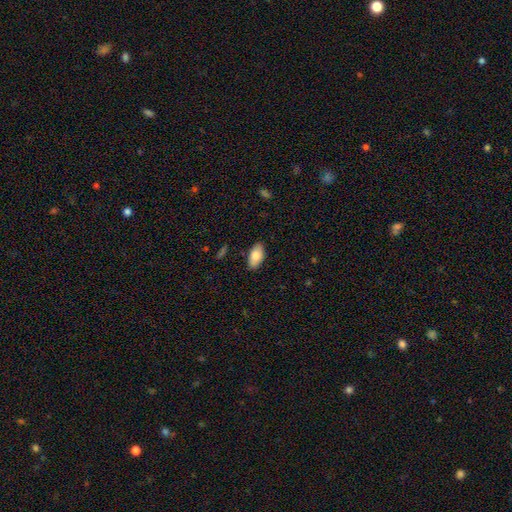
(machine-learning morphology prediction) The model was most divided on "smooth or featured": smooth: 83%, featured or disk: 10%, star or artifact: 6%. More confident: how rounded — in between (94%); merging — none (87%).